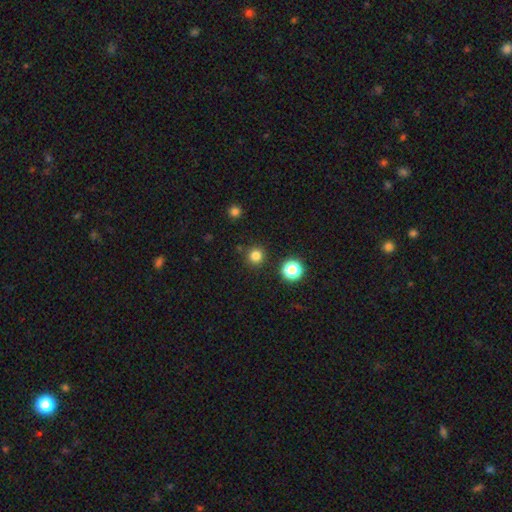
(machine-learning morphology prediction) Smooth or featured?
  - smooth: 81% *
  - star or artifact: 15%
  - featured or disk: 4%
How rounded?
  - round: 95% *
  - in between: 4%
  - cigar-shaped: 1%
Merging?
  - none: 90% *
  - minor disturbance: 5%
  - merger: 3%
  - major disturbance: 2%